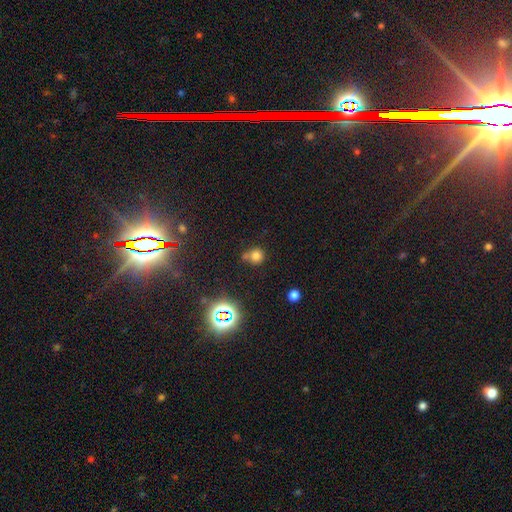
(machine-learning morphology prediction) A smooth galaxy with no disk features (72%) that is round (86%). Merging: none (56%).